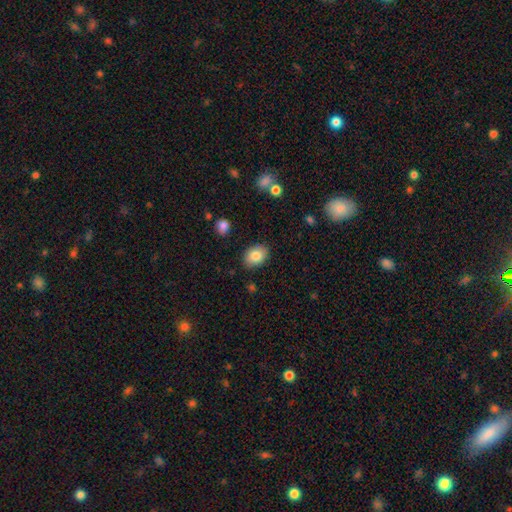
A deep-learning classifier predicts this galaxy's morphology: A smooth galaxy with no disk features (84%) that is in between round and cigar-shaped (74%).

Vote fractions:
- Smooth or featured? smooth: 84% / star or artifact: 8% / featured or disk: 8%
- How rounded? in between: 74% / round: 25% / cigar-shaped: 1%
- Merging? none: 86% / minor disturbance: 10% / major disturbance: 2% / merger: 1%